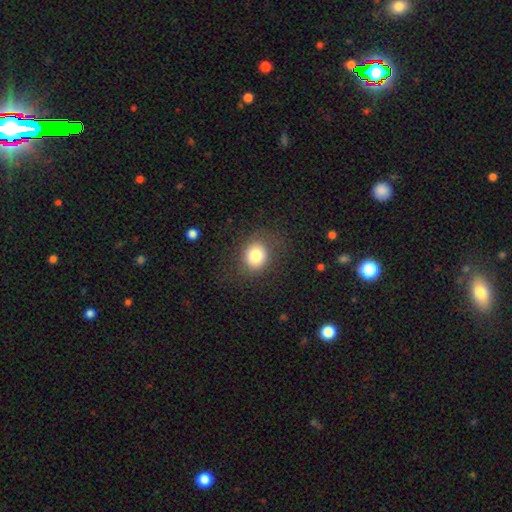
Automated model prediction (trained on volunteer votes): Smooth or featured: smooth — 80% (star or artifact — 10%)
How rounded: round — 71% (in between — 28%)
Merging: none — 80% (minor disturbance — 12%)